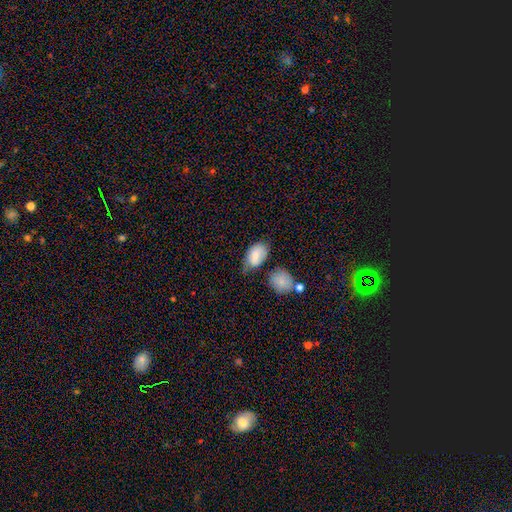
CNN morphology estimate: A smooth galaxy with no disk features (78%) that is in between round and cigar-shaped (89%).

Vote fractions:
- Smooth or featured? smooth: 78% / featured or disk: 14% / star or artifact: 7%
- How rounded? in between: 89% / round: 9% / cigar-shaped: 2%
- Merging? none: 41% / minor disturbance: 36% / major disturbance: 13% / merger: 10%